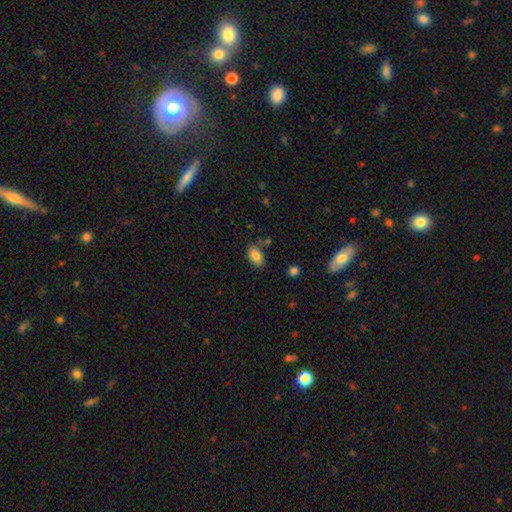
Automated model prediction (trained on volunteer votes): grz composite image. It shows a smooth galaxy with no disk features (84%) that is in between round and cigar-shaped (90%). Merging: none (76%).